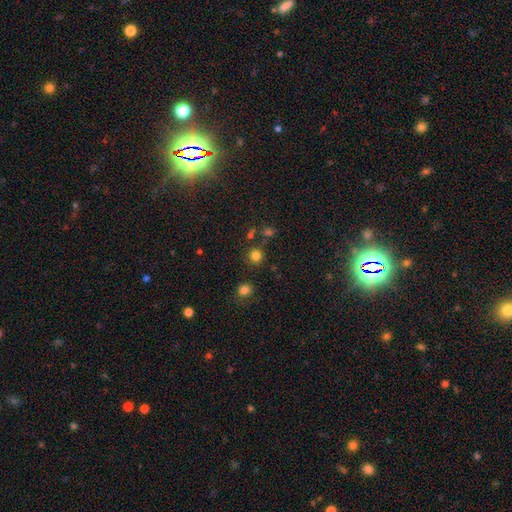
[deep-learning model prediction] A smooth galaxy with no disk features (79%) that is round (91%).

Vote fractions:
- Smooth or featured? smooth: 79% / star or artifact: 16% / featured or disk: 5%
- How rounded? round: 91% / in between: 8% / cigar-shaped: 1%
- Merging? none: 82% / minor disturbance: 8% / merger: 7% / major disturbance: 3%